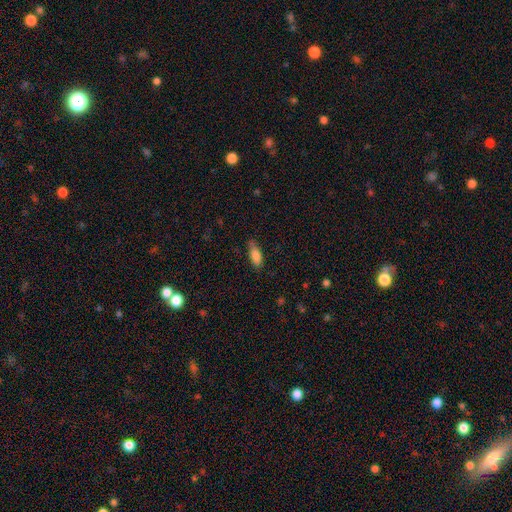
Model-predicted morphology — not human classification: Overall: smooth (84%). How rounded: in between (73%). Merging: none (69%).